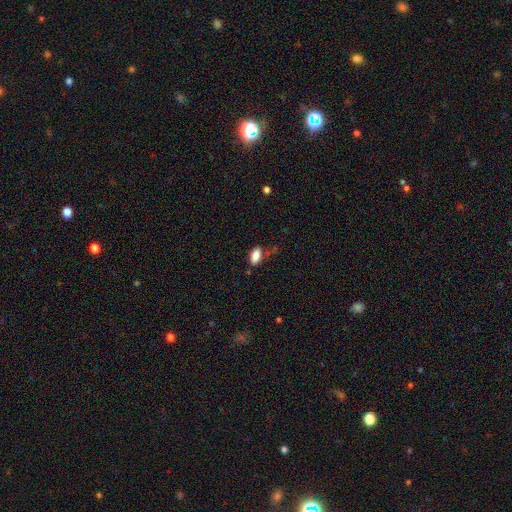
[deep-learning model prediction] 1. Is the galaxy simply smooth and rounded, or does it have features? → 86% smooth, 8% star or artifact, 6% featured or disk.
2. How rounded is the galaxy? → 89% in between, 8% cigar-shaped, 3% round.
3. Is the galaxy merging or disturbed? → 69% none, 20% minor disturbance, 5% major disturbance, 5% merger.